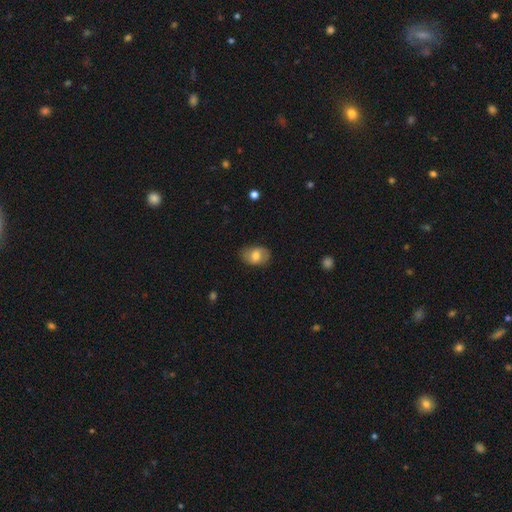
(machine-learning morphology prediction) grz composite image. It shows a smooth galaxy with no disk features (67%) that is in between round and cigar-shaped (78%). Merging: none (78%).